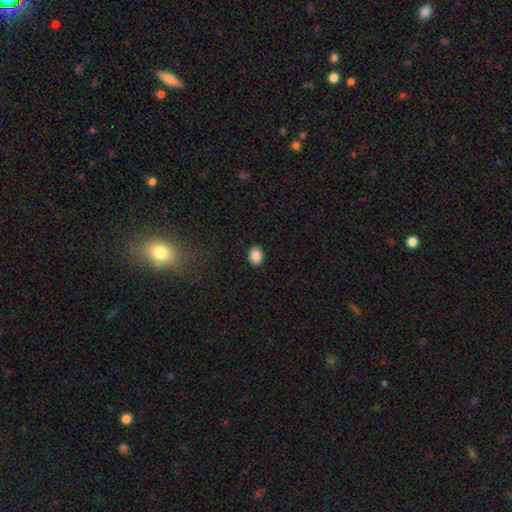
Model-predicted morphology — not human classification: smooth-or-featured: smooth: 88% | star or artifact: 8% | featured or disk: 4%
  how-rounded: in between: 67% | round: 32% | cigar-shaped: 1%
  merging: none: 90% | minor disturbance: 7% | major disturbance: 2% | merger: 1%